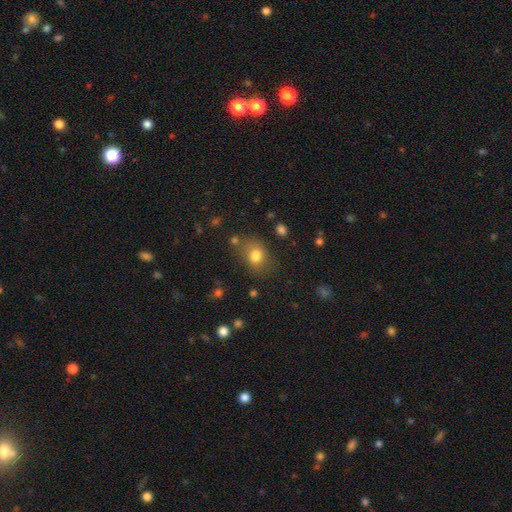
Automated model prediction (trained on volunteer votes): smooth 79%, star or artifact 12%, featured or disk 9%. Down the decision tree: how rounded — in between (50%); merging — none (73%).